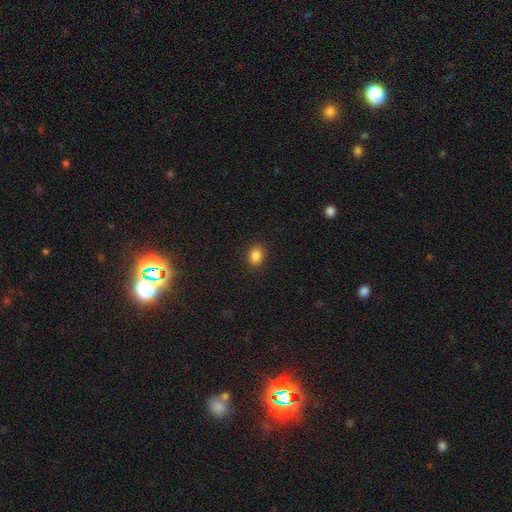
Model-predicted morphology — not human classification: The model was most divided on "how rounded": in between: 55%, round: 44%, cigar-shaped: 1%. More confident: merging — none (89%); smooth or featured — smooth (86%).